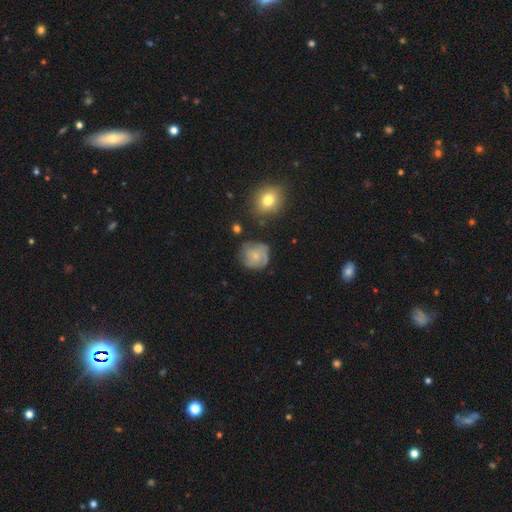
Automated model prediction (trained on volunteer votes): featured or disk 47%, smooth 44%, star or artifact 9%. Down the decision tree: merging — none (63%).